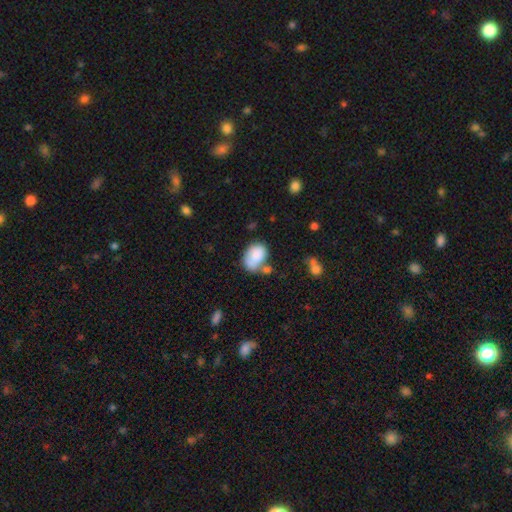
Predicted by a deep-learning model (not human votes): smooth_or_featured: smooth (p=0.80) [alt: featured or disk p=0.13]
how_rounded: in between (p=0.79) [alt: round p=0.20]
merging: none (p=0.43) [alt: minor disturbance p=0.24]